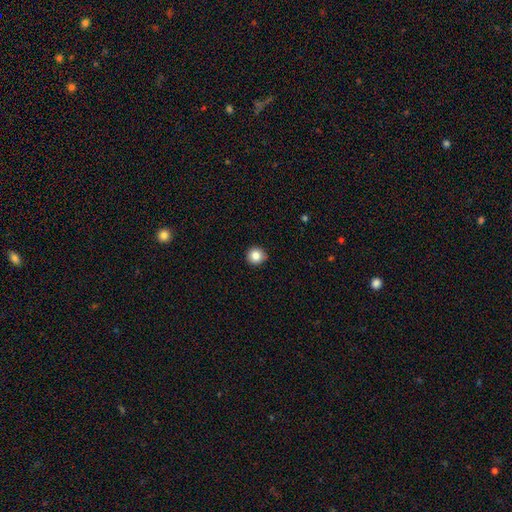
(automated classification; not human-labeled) smooth-or-featured: smooth: 84% | star or artifact: 10% | featured or disk: 6%
  how-rounded: round: 94% | in between: 5% | cigar-shaped: 1%
  merging: none: 91% | minor disturbance: 7% | major disturbance: 2% | merger: 1%